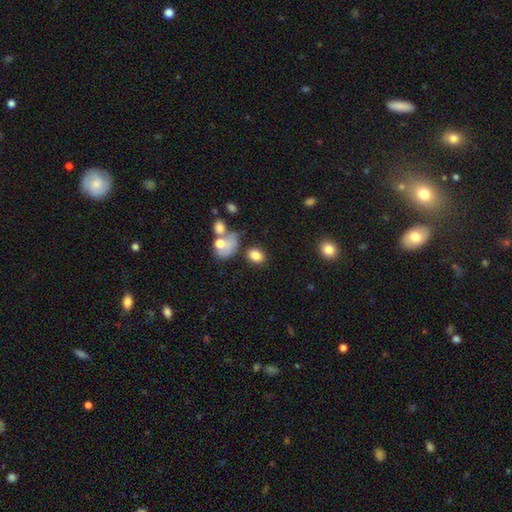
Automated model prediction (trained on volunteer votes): Morphology: type=smooth (81%); roundness=in between (58%); merging=none (59%).